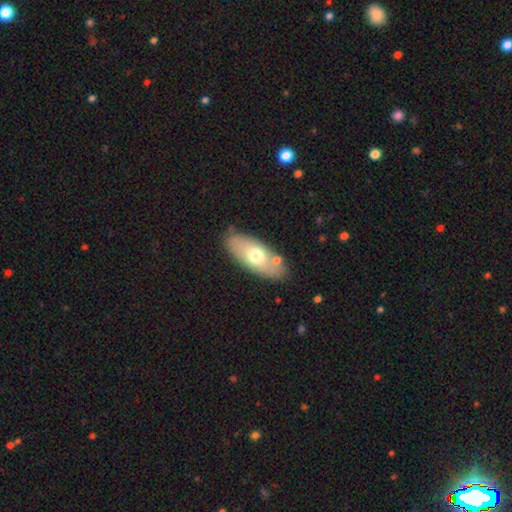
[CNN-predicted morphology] This appears to be a smooth galaxy with no disk features (64%) that is in between round and cigar-shaped (84%). Merging: none (77%).